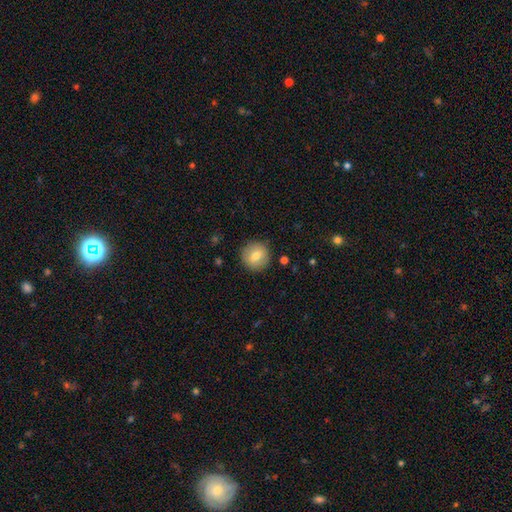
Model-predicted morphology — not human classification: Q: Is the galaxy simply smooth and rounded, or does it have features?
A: smooth — 74%.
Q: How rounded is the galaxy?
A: round — 92%.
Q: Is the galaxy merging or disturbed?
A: none — 89%.